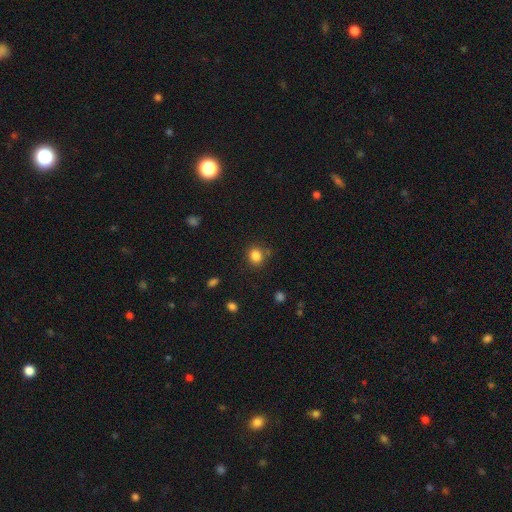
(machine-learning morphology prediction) Smooth or featured?
  - smooth: 84% *
  - star or artifact: 11%
  - featured or disk: 5%
How rounded?
  - round: 76% *
  - in between: 23%
  - cigar-shaped: 1%
Merging?
  - none: 81% *
  - minor disturbance: 11%
  - merger: 5%
  - major disturbance: 4%